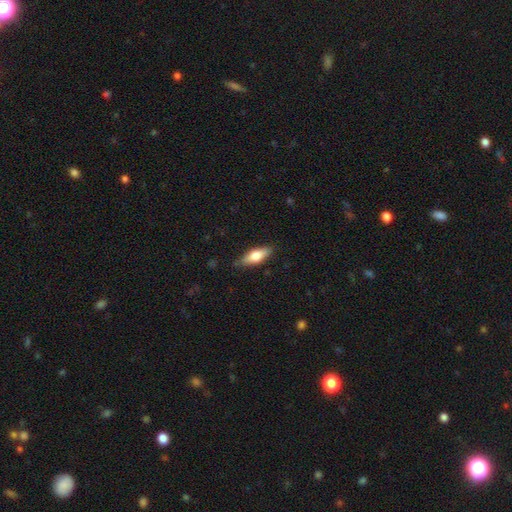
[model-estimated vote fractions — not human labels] This appears to be a smooth galaxy with no disk features (64%) that is in between round and cigar-shaped (60%). Merging: none (83%).